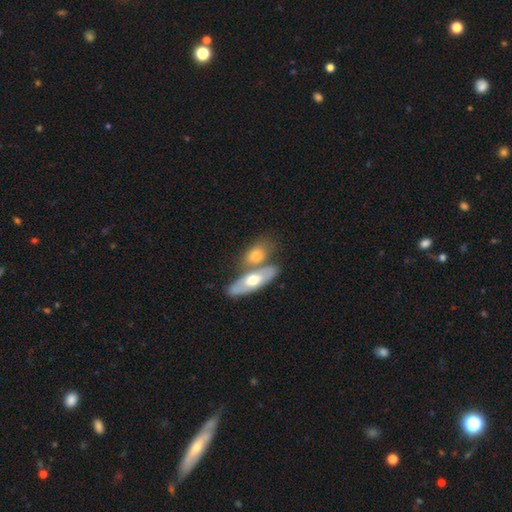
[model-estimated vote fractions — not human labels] smooth_or_featured: smooth (p=0.58) [alt: featured or disk p=0.36]
how_rounded: in between (p=0.70) [alt: cigar-shaped p=0.22]
merging: none (p=0.44) [alt: merger p=0.41]